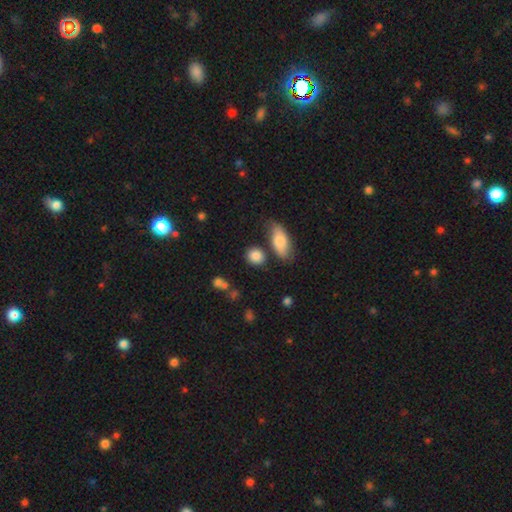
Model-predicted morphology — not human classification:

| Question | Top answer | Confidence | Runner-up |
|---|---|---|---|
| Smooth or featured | smooth | 86% | star or artifact (8%) |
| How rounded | round | 64% | in between (33%) |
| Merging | none | 72% | minor disturbance (14%) |